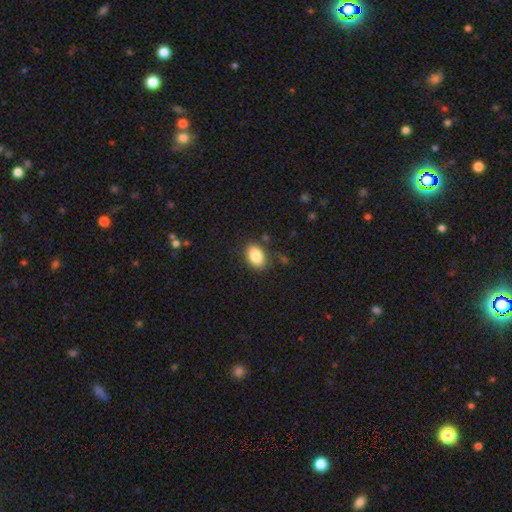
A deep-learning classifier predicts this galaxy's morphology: Smooth or featured? smooth (85%)
How rounded? in between (80%)
Merging? none (82%)